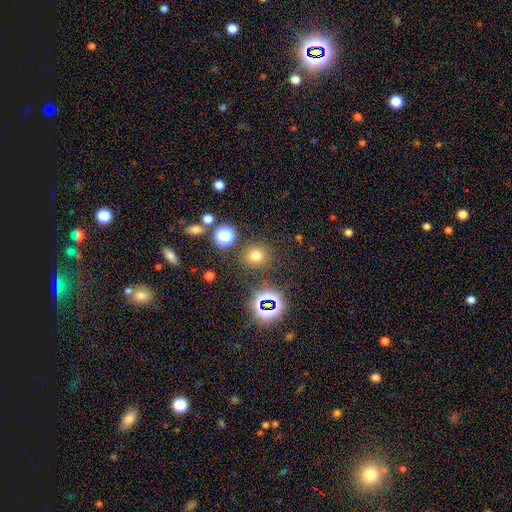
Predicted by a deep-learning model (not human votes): Smooth or featured? smooth (66%)
How rounded? round (88%)
Merging? none (84%)